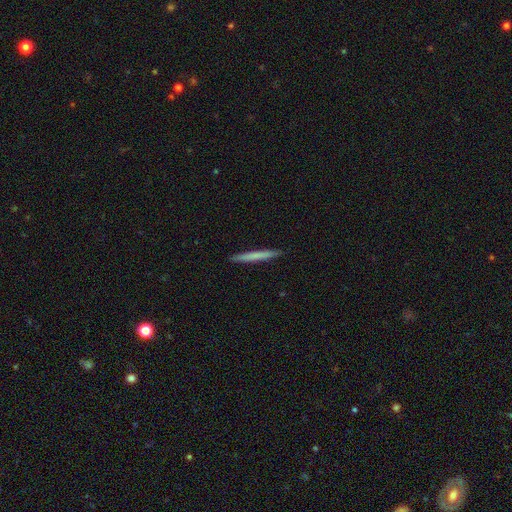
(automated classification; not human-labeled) This is likely a smooth galaxy (67%). How rounded: clearly cigar-shaped (97%). Merging: clearly none (92%).